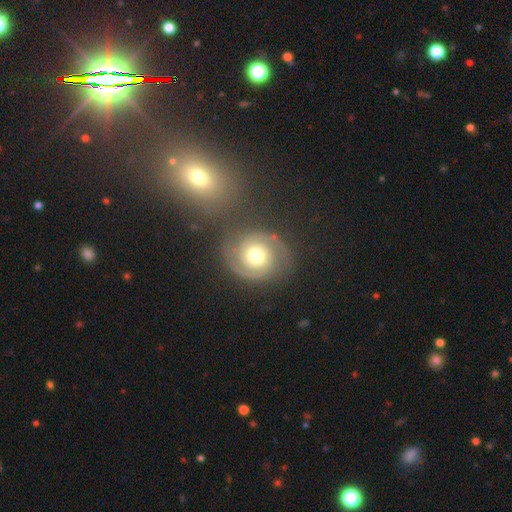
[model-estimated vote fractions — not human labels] Smooth or featured: featured or disk — 83% (smooth — 10%)
Edge-on disk: no — 98% (yes — 2%)
Bar: no — 76% (weak — 19%)
Spiral arms: yes — 96% (no — 4%)
Spiral winding: tight — 54% (medium — 38%)
Spiral arm count: 2 — 92% (can't tell — 3%)
Bulge size: moderate — 72% (large — 16%)
Merging: none — 78% (minor disturbance — 12%)